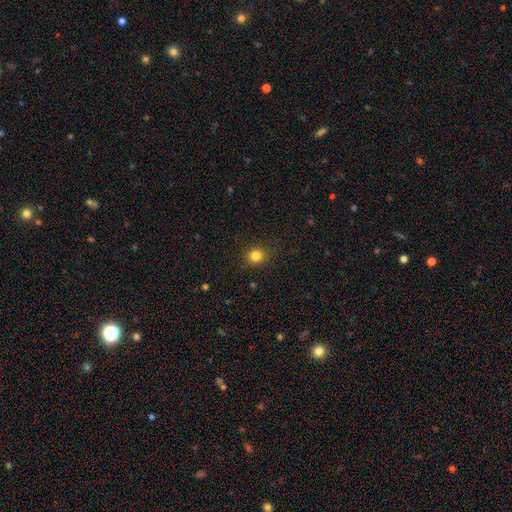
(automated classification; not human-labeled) This appears to be a smooth galaxy with no disk features (82%) that is round (82%). Merging: none (89%).